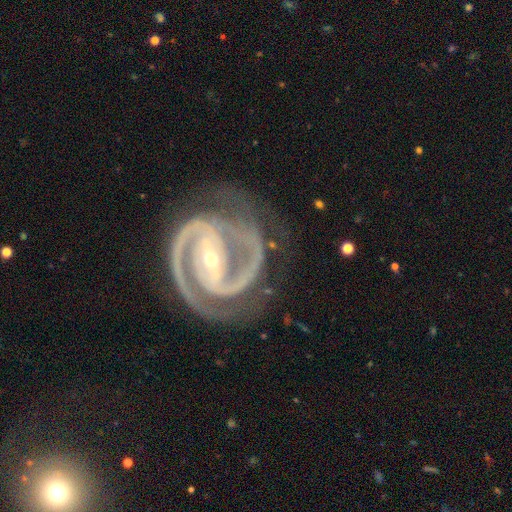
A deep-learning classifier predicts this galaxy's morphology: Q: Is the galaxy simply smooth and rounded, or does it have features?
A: featured or disk — 93%.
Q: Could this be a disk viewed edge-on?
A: no — 98%.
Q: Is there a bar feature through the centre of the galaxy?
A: strong — 57%.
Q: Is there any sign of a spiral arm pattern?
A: yes — 99%.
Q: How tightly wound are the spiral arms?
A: tight — 55%.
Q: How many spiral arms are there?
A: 2 — 87%.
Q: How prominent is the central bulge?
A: small — 73%.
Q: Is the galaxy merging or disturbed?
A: none — 68%.